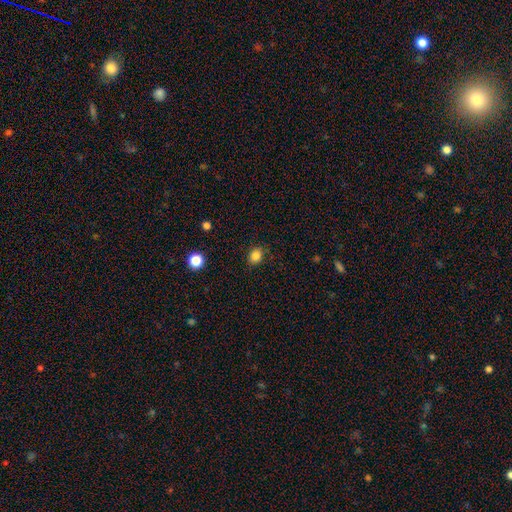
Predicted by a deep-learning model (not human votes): Overall: smooth (84%). How rounded: round (62%; in between 37%). Merging: none (83%).